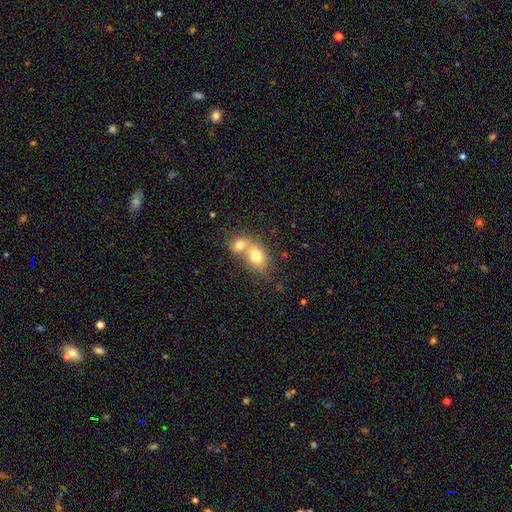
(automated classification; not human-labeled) Overall: smooth (74%). How rounded: in between (58%; round 41%). Merging: merger (70%).